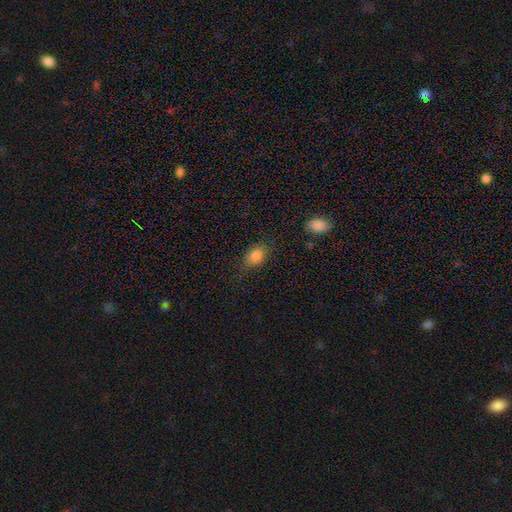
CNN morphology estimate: Smooth or featured? smooth (84%)
How rounded? in between (80%)
Merging? none (75%)